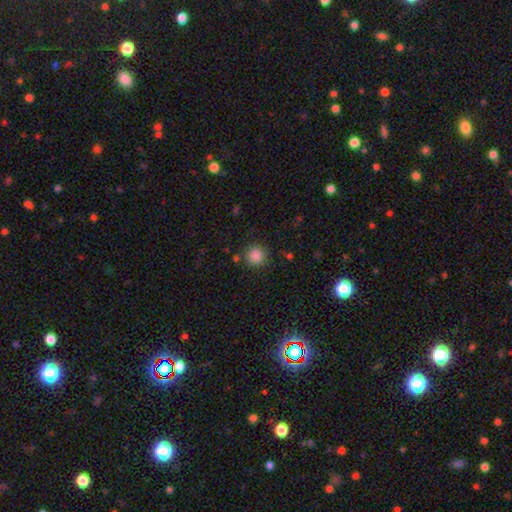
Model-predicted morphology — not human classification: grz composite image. It shows a smooth galaxy with no disk features (86%) that is round (92%). Merging: none (84%).